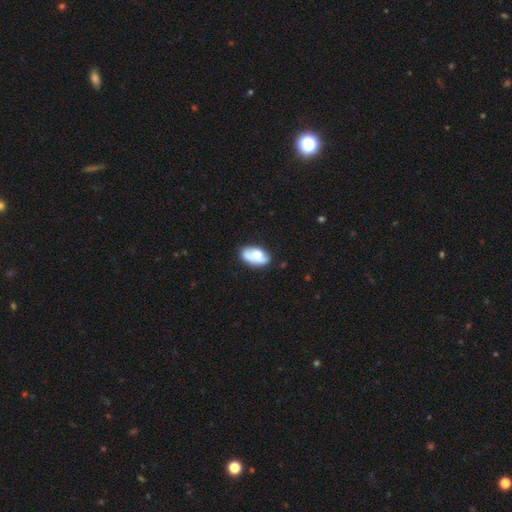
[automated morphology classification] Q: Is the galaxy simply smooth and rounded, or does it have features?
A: smooth — 68%.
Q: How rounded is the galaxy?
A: in between — 93%.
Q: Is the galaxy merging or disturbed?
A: none — 63%.